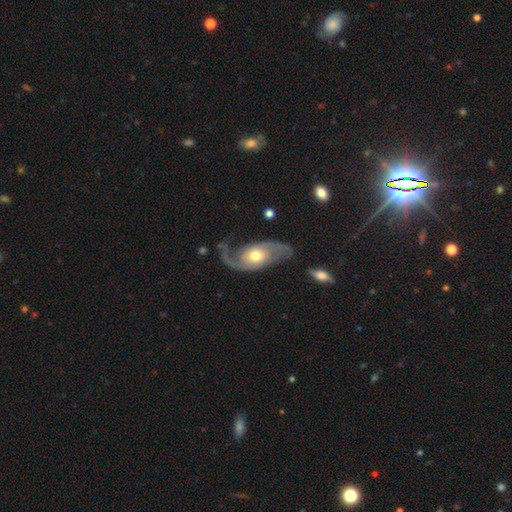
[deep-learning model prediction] Smooth or featured: featured or disk — 83% (smooth — 12%)
Edge-on disk: no — 95% (yes — 5%)
Bar: no — 70% (weak — 23%)
Spiral arms: yes — 94% (no — 6%)
Spiral winding: loose — 56% (medium — 33%)
Spiral arm count: 2 — 86% (1 — 7%)
Bulge size: moderate — 68% (small — 22%)
Merging: none — 62% (minor disturbance — 19%)